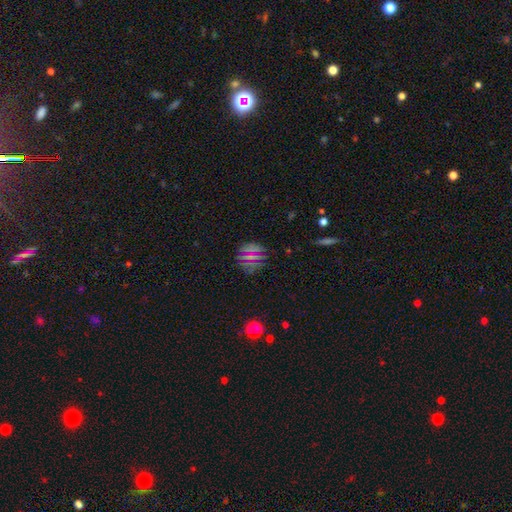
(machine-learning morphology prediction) Smooth or featured: star or artifact — 39% (smooth — 33%)